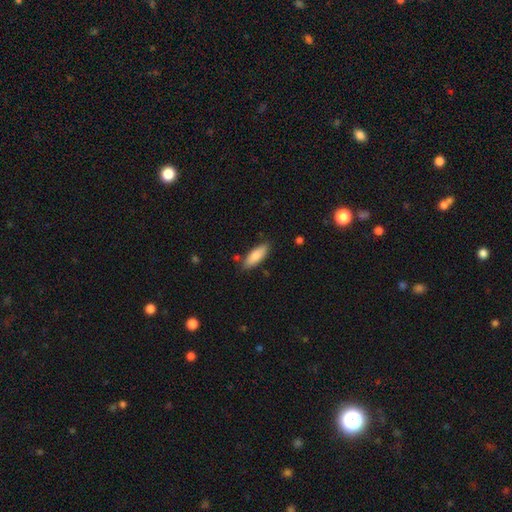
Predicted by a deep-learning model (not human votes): Smooth or featured? Predicted: smooth (p=0.83). How rounded? Predicted: in between (p=0.62). Merging? Predicted: none (p=0.82).